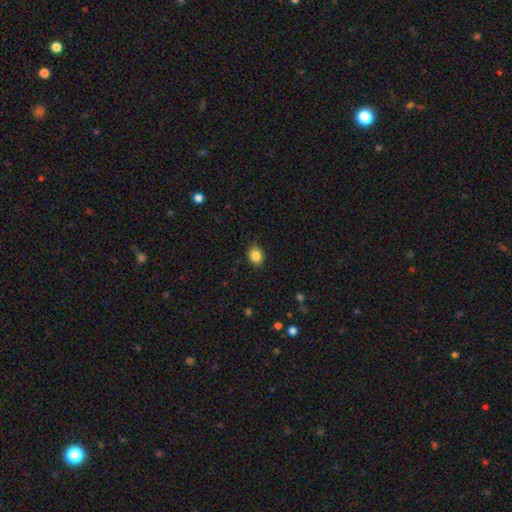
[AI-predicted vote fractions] Smooth or featured? Predicted: smooth (p=0.86). How rounded? Predicted: round (p=0.63). Merging? Predicted: none (p=0.88).